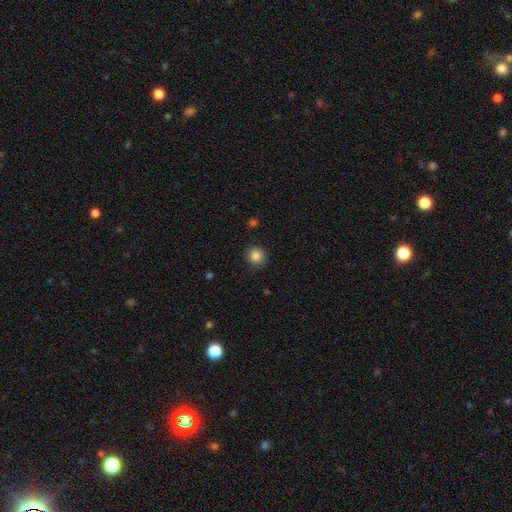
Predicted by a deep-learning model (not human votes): smooth-or-featured: smooth: 86% | star or artifact: 10% | featured or disk: 4%
  how-rounded: round: 89% | in between: 10% | cigar-shaped: 1%
  merging: none: 89% | minor disturbance: 7% | major disturbance: 2% | merger: 1%